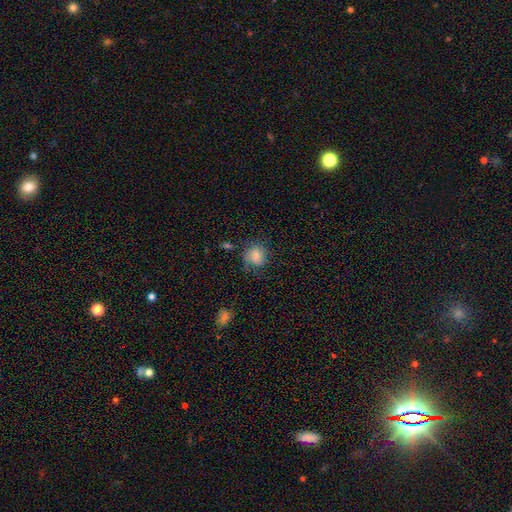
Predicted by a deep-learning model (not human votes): Smooth or featured?
  - smooth: 72% *
  - featured or disk: 18%
  - star or artifact: 9%
How rounded?
  - round: 71% *
  - in between: 28%
  - cigar-shaped: 1%
Merging?
  - none: 64% *
  - minor disturbance: 23%
  - major disturbance: 11%
  - merger: 2%